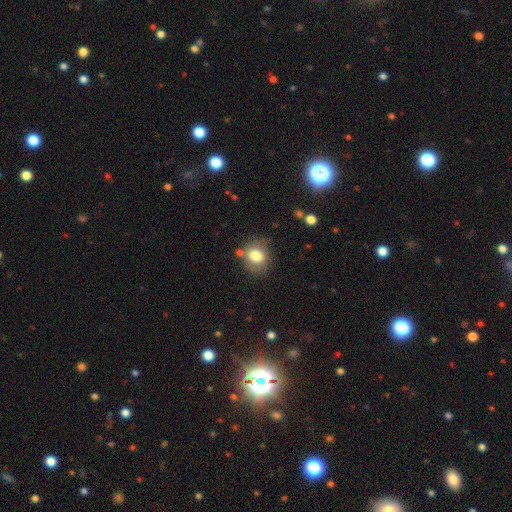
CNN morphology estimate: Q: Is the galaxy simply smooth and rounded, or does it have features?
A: smooth — 78%.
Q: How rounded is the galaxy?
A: round — 66%.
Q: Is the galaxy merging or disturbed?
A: none — 69%.